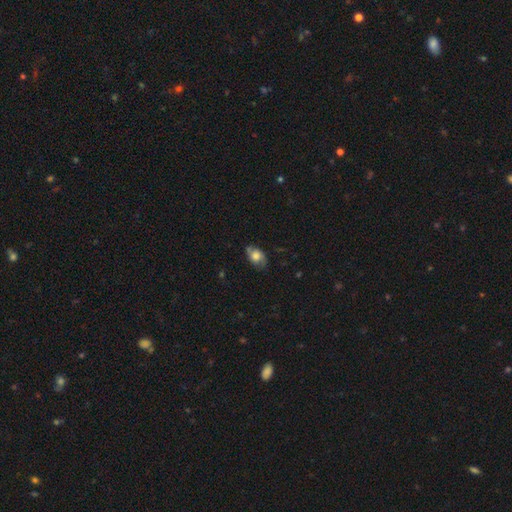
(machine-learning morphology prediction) A smooth galaxy with no disk features (61%) that is in between round and cigar-shaped (78%).

Vote fractions:
- Smooth or featured? smooth: 61% / featured or disk: 30% / star or artifact: 9%
- How rounded? in between: 78% / round: 20% / cigar-shaped: 2%
- Merging? none: 62% / minor disturbance: 27% / major disturbance: 8% / merger: 3%